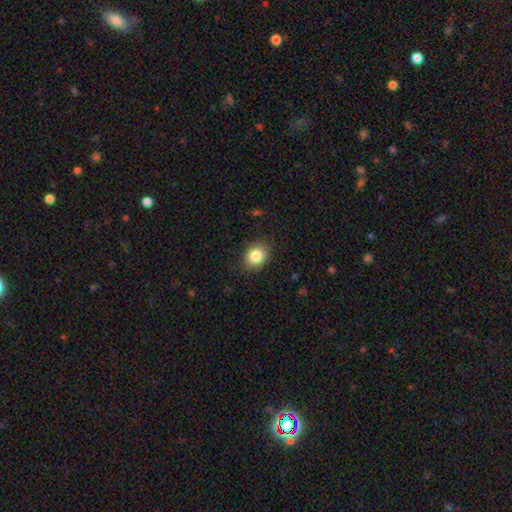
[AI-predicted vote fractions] Smooth or featured? smooth (85%)
How rounded? round (51%)
Merging? none (85%)